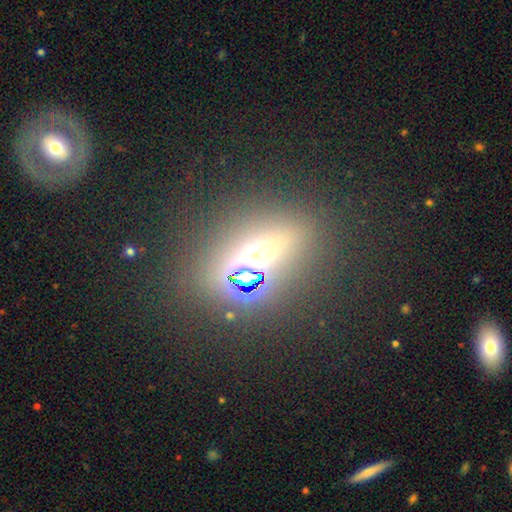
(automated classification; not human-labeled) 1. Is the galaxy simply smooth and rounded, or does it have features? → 37% star or artifact, 36% smooth, 27% featured or disk.